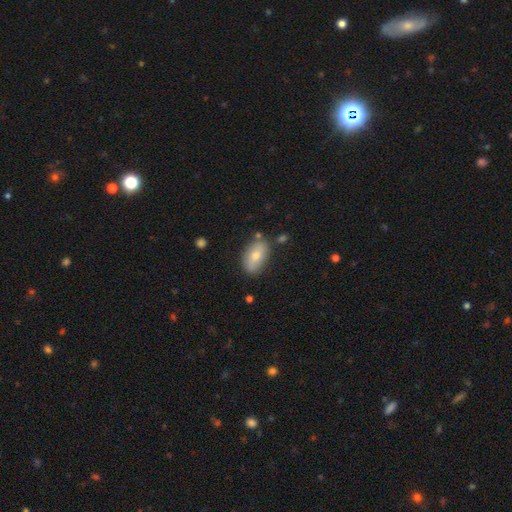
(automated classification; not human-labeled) A smooth galaxy with no disk features (72%) that is in between round and cigar-shaped (91%).

Vote fractions:
- Smooth or featured? smooth: 72% / featured or disk: 22% / star or artifact: 7%
- How rounded? in between: 91% / round: 6% / cigar-shaped: 3%
- Merging? none: 78% / minor disturbance: 15% / merger: 4% / major disturbance: 3%